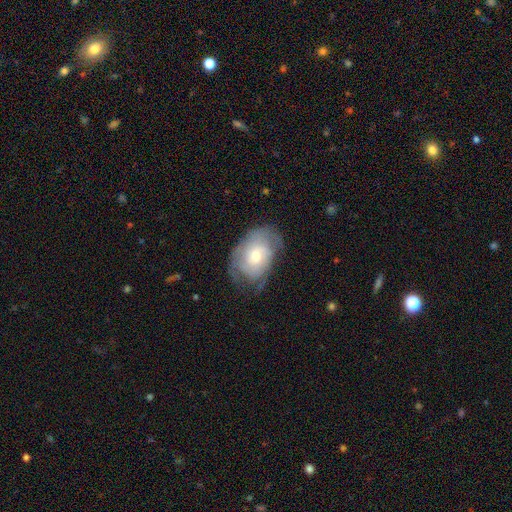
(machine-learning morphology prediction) This is possibly a featured or disk galaxy (59%). It is clearly not viewed edge-on (95%). Bar: likely no (75%). Spiral arm pattern: likely yes (74%). Central bulge: possibly moderate (54%). Merging: possibly none (58%).